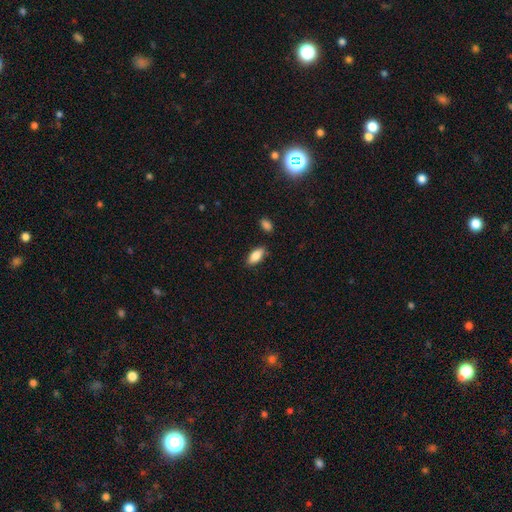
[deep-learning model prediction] Overall: smooth (84%). How rounded: in between (86%). Merging: none (84%).